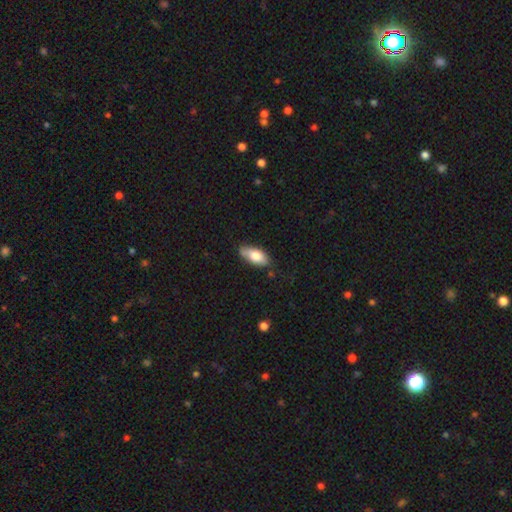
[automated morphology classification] Q: Smooth or featured?
A: smooth (76%); runner-up: featured or disk (18%)
Q: How rounded?
A: in between (86%); runner-up: cigar-shaped (11%)
Q: Merging?
A: none (72%); runner-up: minor disturbance (22%)